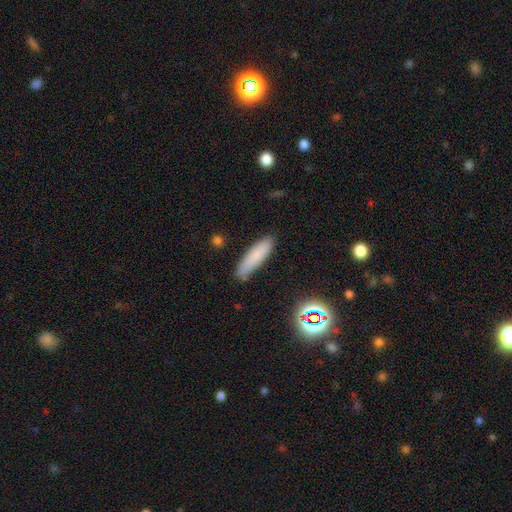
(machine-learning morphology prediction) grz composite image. It shows a smooth galaxy with no disk features (80%) that is cigar-shaped (72%). Merging: none (83%).